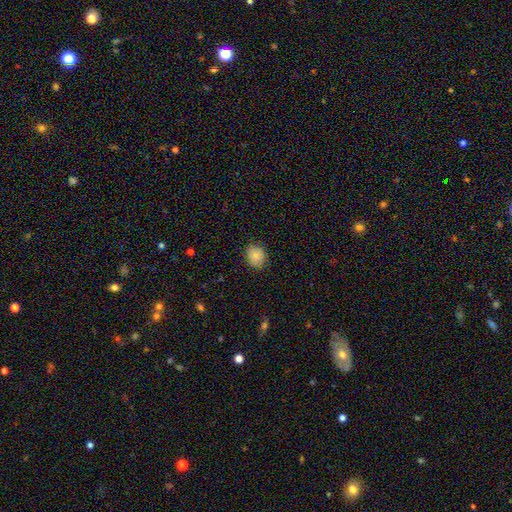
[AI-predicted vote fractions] Q: Smooth or featured?
A: smooth (84%); runner-up: star or artifact (9%)
Q: How rounded?
A: round (60%); runner-up: in between (39%)
Q: Merging?
A: none (83%); runner-up: minor disturbance (13%)